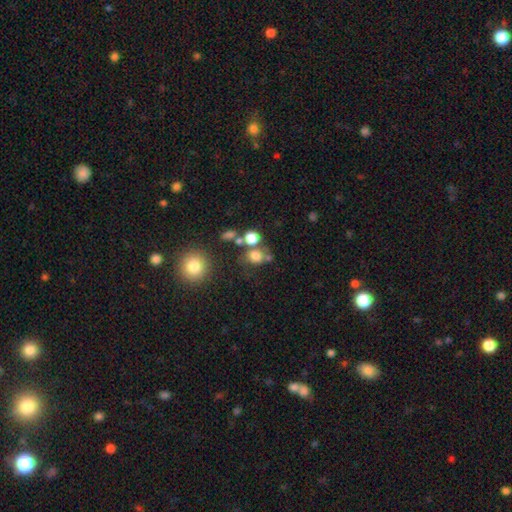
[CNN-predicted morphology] Q: Smooth or featured?
A: smooth (73%); runner-up: star or artifact (16%)
Q: How rounded?
A: round (67%); runner-up: in between (32%)
Q: Merging?
A: none (51%); runner-up: merger (27%)